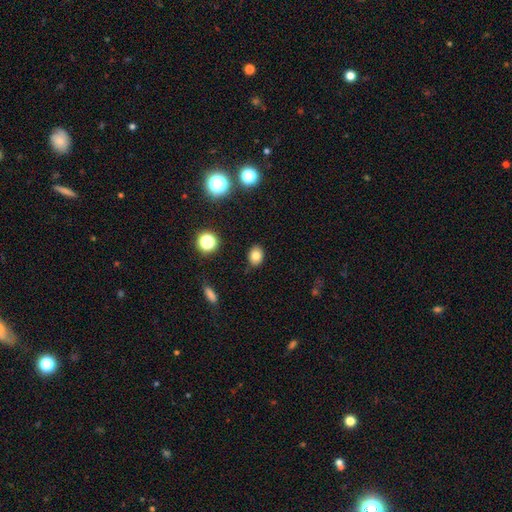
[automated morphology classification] Overall: smooth (79%). How rounded: in between (67%; round 32%). Merging: none (86%).